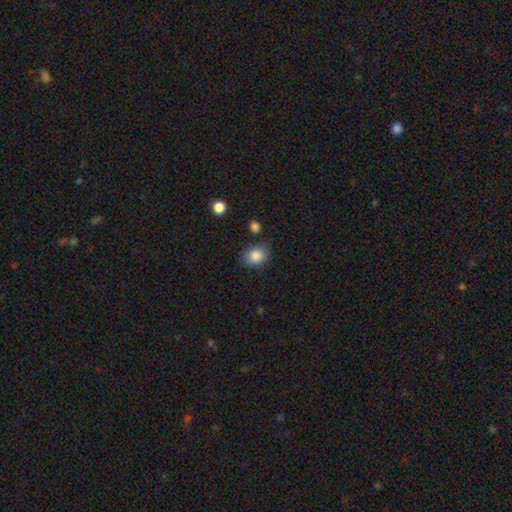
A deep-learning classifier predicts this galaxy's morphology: Smooth or featured: smooth — 86% (star or artifact — 9%)
How rounded: round — 61% (in between — 38%)
Merging: none — 75% (minor disturbance — 16%)